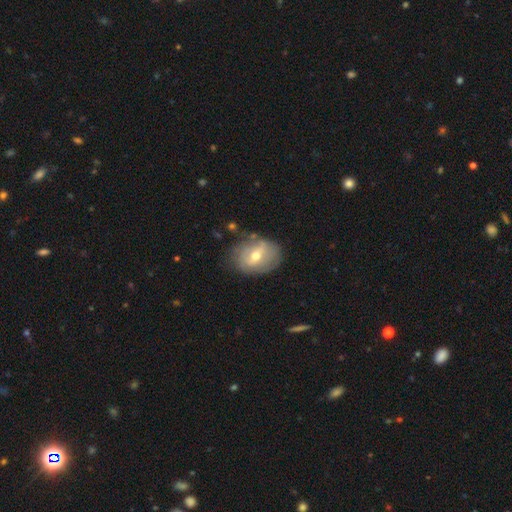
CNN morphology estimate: smooth_or_featured: featured or disk (p=0.57) [alt: smooth p=0.35]
disk_edge_on: no (p=0.94) [alt: yes p=0.06]
bar: weak (p=0.47) [alt: no p=0.31]
has_spiral_arms: yes (p=0.52) [alt: no p=0.48]
bulge_size: moderate (p=0.68) [alt: small p=0.26]
merging: none (p=0.68) [alt: minor disturbance p=0.21]